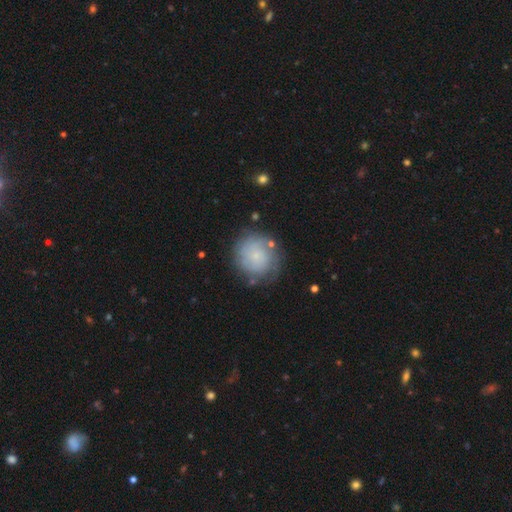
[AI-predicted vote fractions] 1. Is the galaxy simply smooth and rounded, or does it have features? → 54% smooth, 37% featured or disk, 9% star or artifact.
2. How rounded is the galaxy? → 87% round, 12% in between, 1% cigar-shaped.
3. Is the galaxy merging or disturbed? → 71% none, 18% minor disturbance, 7% major disturbance, 3% merger.